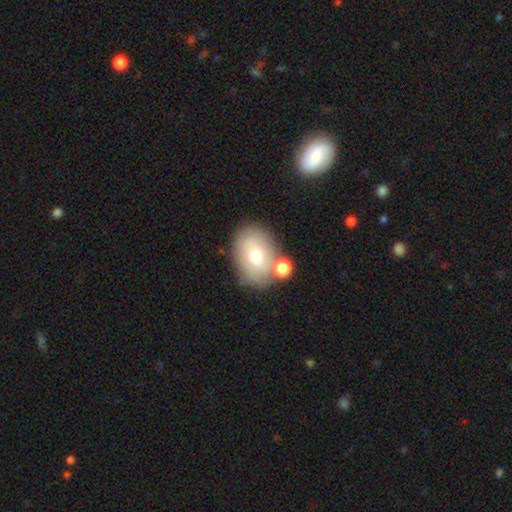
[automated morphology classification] type=smooth (66%); roundness=in between (74%); merging=none (64%).